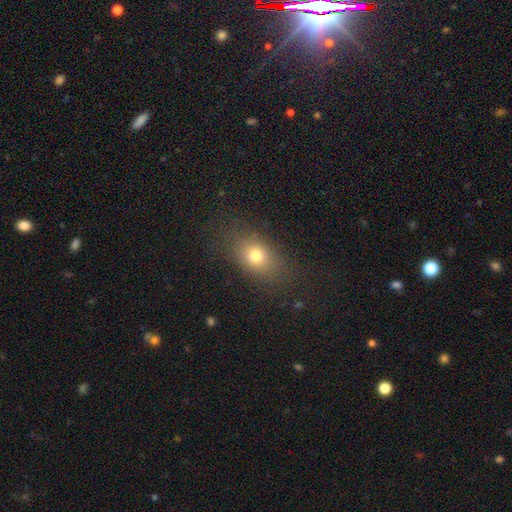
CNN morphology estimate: Q: Smooth or featured?
A: smooth (75%); runner-up: star or artifact (13%)
Q: How rounded?
A: in between (70%); runner-up: round (28%)
Q: Merging?
A: none (80%); runner-up: minor disturbance (13%)